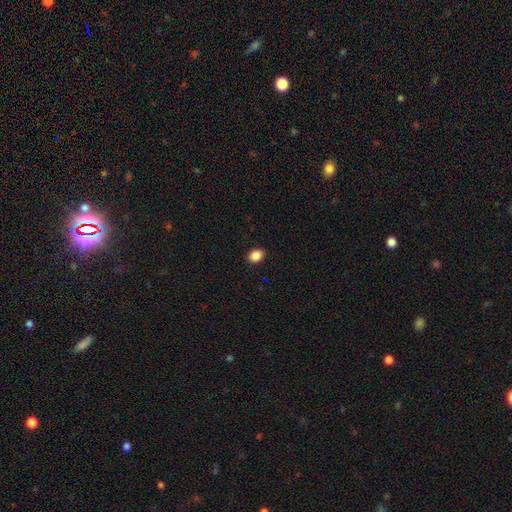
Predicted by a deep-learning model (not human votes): Smooth or featured: smooth — 87% (star or artifact — 9%)
How rounded: in between — 54% (round — 45%)
Merging: none — 91% (minor disturbance — 6%)